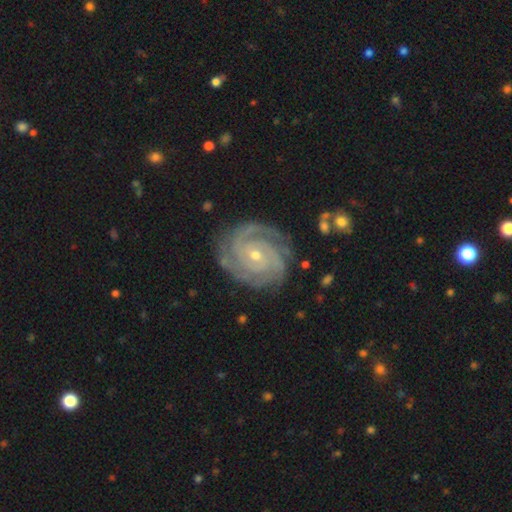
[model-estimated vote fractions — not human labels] Smooth or featured? featured or disk (93%)
Edge-on disk? no (98%)
Bar? no (62%)
Spiral arms? yes (99%)
Spiral winding? tight (81%)
Spiral arm count? 3 (39%)
Bulge size? small (63%)
Merging? none (81%)